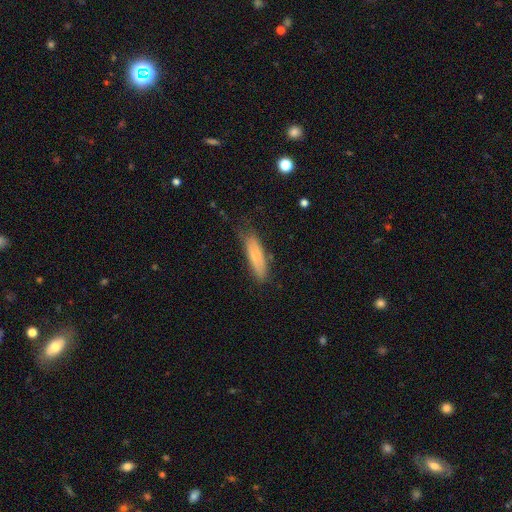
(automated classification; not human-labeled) This appears to be a smooth galaxy with no disk features (74%) that is cigar-shaped (66%). Merging: none (65%).